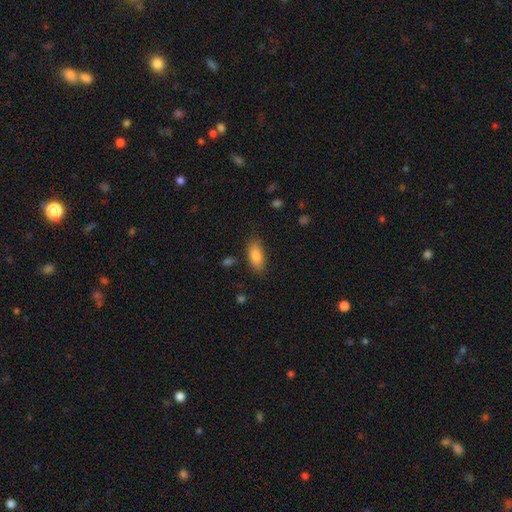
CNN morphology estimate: The model was most divided on "merging": none: 80%, minor disturbance: 14%, major disturbance: 3%, merger: 2%. More confident: how rounded — in between (86%); smooth or featured — smooth (83%).